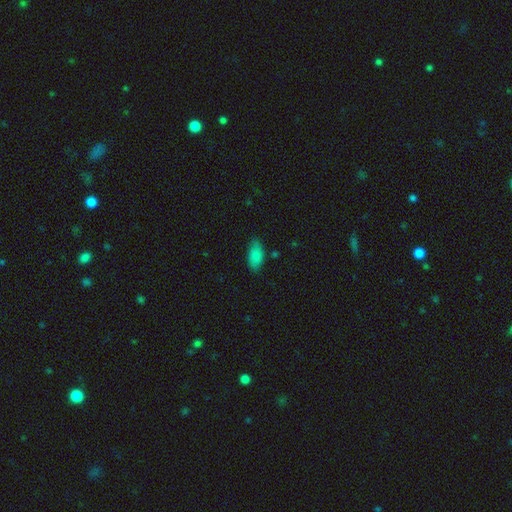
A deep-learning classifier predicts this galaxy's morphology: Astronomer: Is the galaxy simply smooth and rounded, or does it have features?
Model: smooth — 85%.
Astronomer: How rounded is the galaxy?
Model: in between — 91%.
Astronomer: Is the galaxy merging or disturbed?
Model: none — 76%.